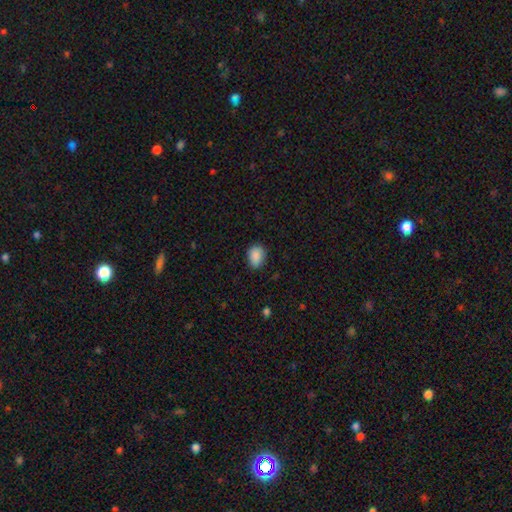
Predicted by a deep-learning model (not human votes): Q: Smooth or featured?
A: smooth (89%); runner-up: star or artifact (8%)
Q: How rounded?
A: in between (67%); runner-up: round (32%)
Q: Merging?
A: none (81%); runner-up: minor disturbance (15%)